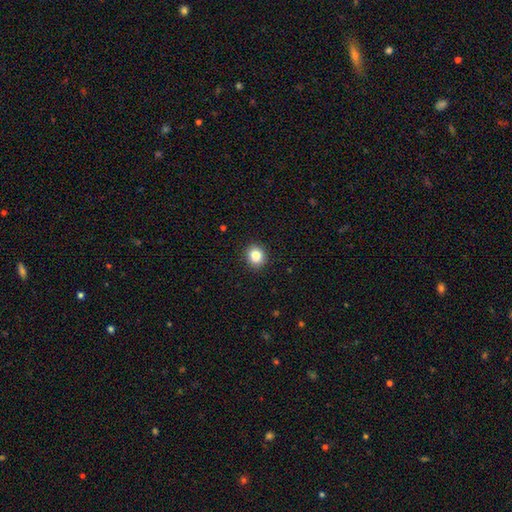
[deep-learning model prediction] Overall: smooth (84%). How rounded: round (78%). Merging: none (91%).